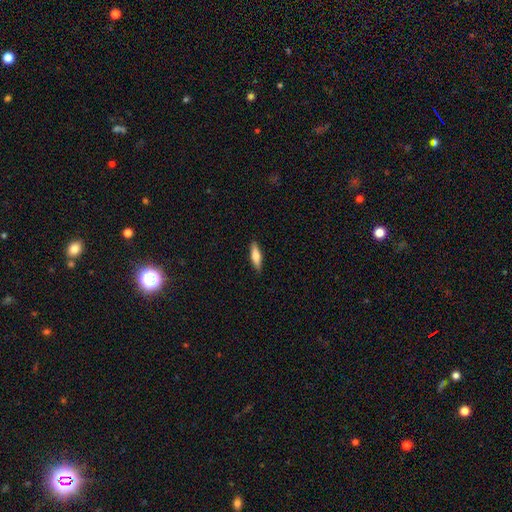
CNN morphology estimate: smooth_or_featured: smooth (p=0.67) [alt: featured or disk p=0.27]
how_rounded: cigar-shaped (p=0.62) [alt: in between p=0.36]
merging: none (p=0.88) [alt: minor disturbance p=0.09]